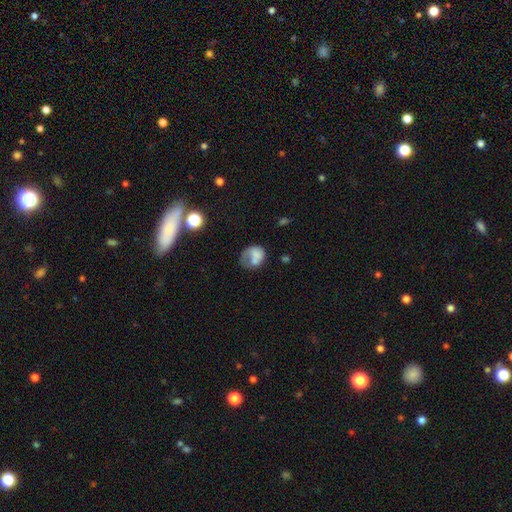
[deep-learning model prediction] Smooth or featured? smooth (59%)
How rounded? round (53%)
Merging? major disturbance (30%)